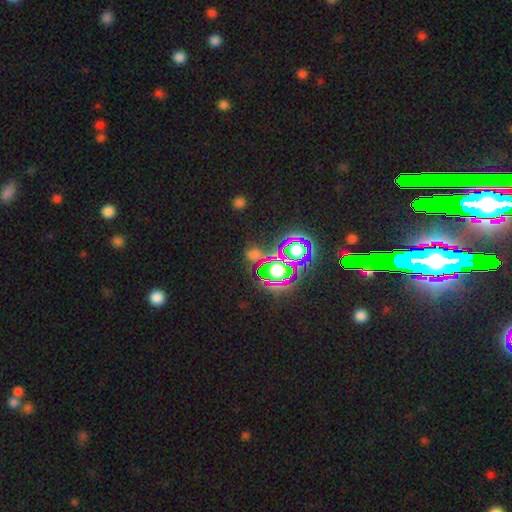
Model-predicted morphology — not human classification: smooth-or-featured: star or artifact: 67% | smooth: 21% | featured or disk: 12%